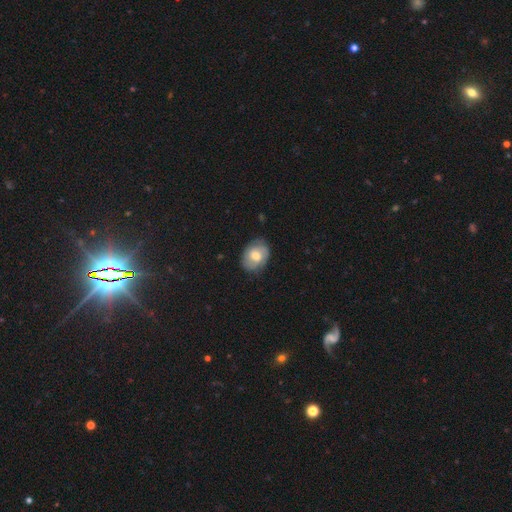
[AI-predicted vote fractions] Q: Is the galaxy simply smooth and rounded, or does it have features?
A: smooth — 52%.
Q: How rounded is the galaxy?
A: in between — 67%.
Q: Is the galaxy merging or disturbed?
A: none — 73%.